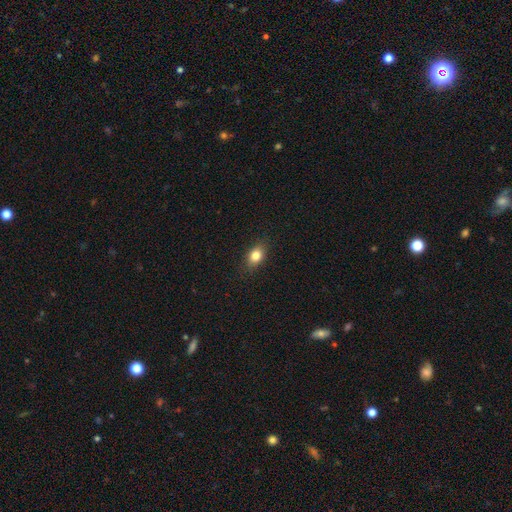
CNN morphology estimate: smooth_or_featured: smooth (p=0.82) [alt: star or artifact p=0.09]
how_rounded: in between (p=0.71) [alt: round p=0.25]
merging: none (p=0.86) [alt: minor disturbance p=0.11]